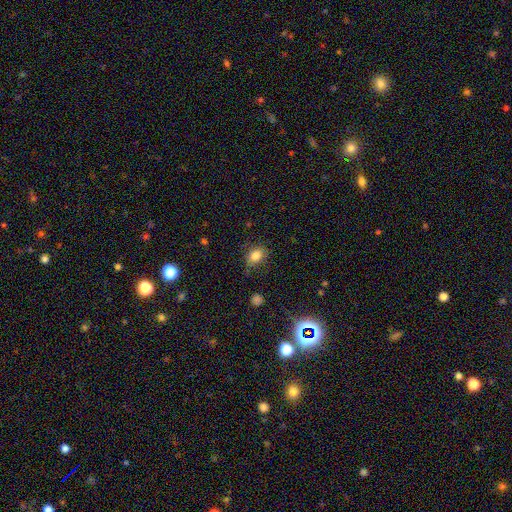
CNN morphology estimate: Overall: smooth (81%). How rounded: in between (66%; round 33%). Merging: none (76%).